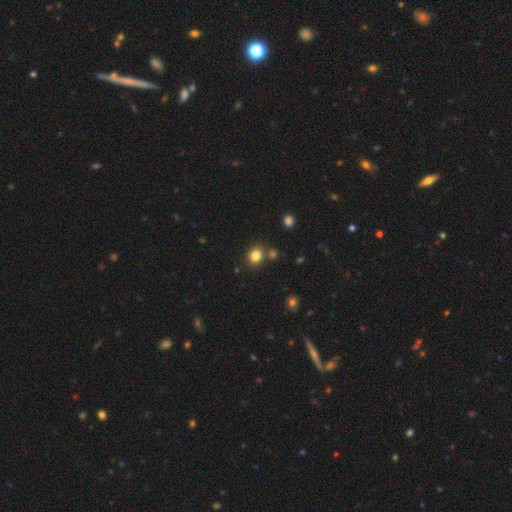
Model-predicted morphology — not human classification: A smooth galaxy with no disk features (82%) that is round (71%).

Vote fractions:
- Smooth or featured? smooth: 82% / star or artifact: 13% / featured or disk: 5%
- How rounded? round: 71% / in between: 28% / cigar-shaped: 1%
- Merging? none: 77% / merger: 11% / minor disturbance: 9% / major disturbance: 3%